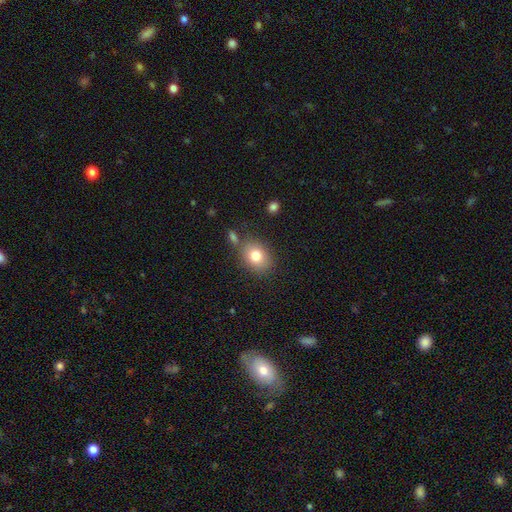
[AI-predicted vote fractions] Q: Smooth or featured?
A: smooth (80%); runner-up: featured or disk (10%)
Q: How rounded?
A: in between (58%); runner-up: round (40%)
Q: Merging?
A: none (73%); runner-up: minor disturbance (14%)